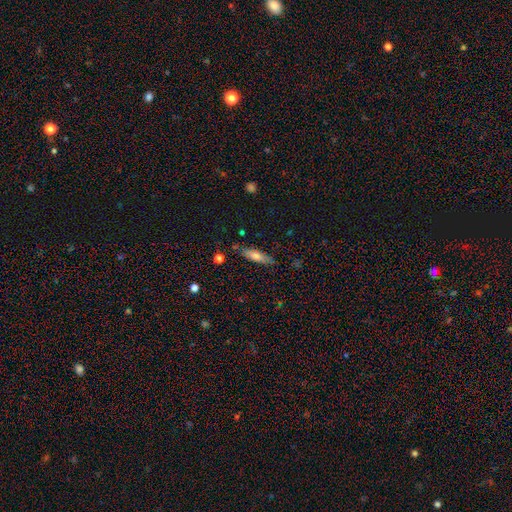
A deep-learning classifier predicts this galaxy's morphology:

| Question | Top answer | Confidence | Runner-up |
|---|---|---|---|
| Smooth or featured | smooth | 60% | featured or disk (32%) |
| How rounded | cigar-shaped | 60% | in between (38%) |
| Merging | none | 81% | minor disturbance (14%) |